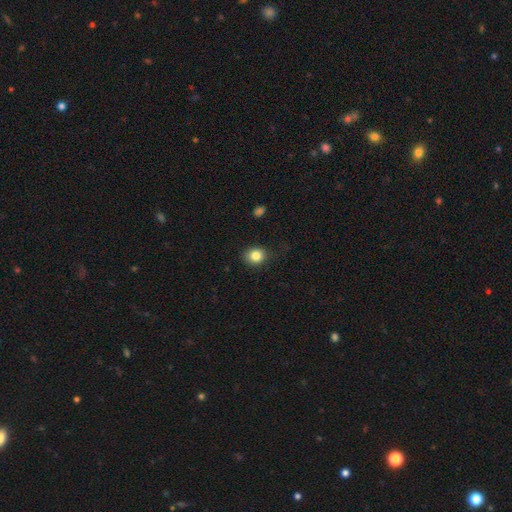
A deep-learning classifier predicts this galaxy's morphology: Smooth or featured?
  - smooth: 83% *
  - star or artifact: 11%
  - featured or disk: 6%
How rounded?
  - round: 70% *
  - in between: 29%
  - cigar-shaped: 1%
Merging?
  - none: 82% *
  - minor disturbance: 14%
  - major disturbance: 3%
  - merger: 1%